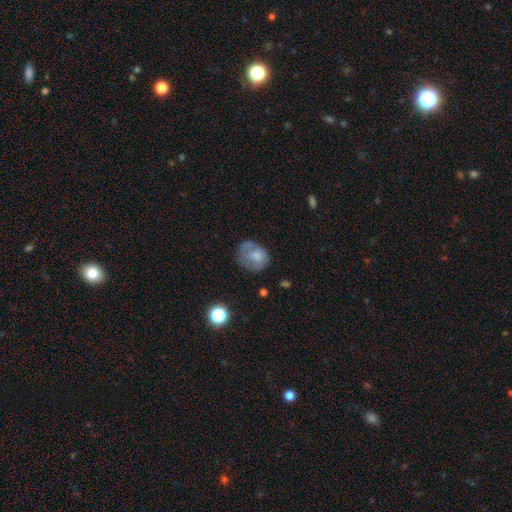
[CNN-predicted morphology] Smooth or featured?
  - smooth: 64% *
  - featured or disk: 26%
  - star or artifact: 10%
How rounded?
  - round: 61% *
  - in between: 38%
  - cigar-shaped: 1%
Merging?
  - none: 48% *
  - minor disturbance: 28%
  - major disturbance: 19%
  - merger: 4%